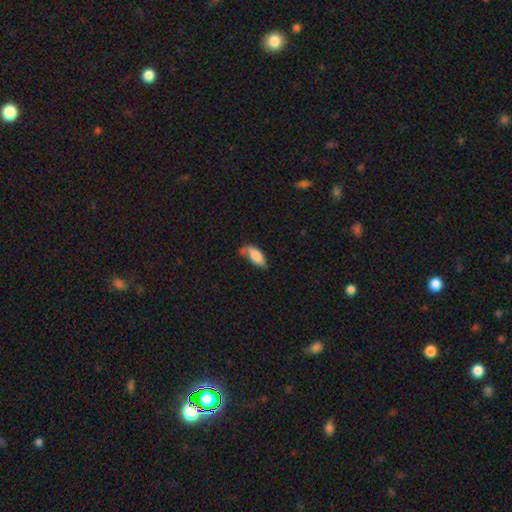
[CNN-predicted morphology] Overall: smooth (79%). How rounded: in between (84%). Merging: none (46%; minor disturbance 34%).